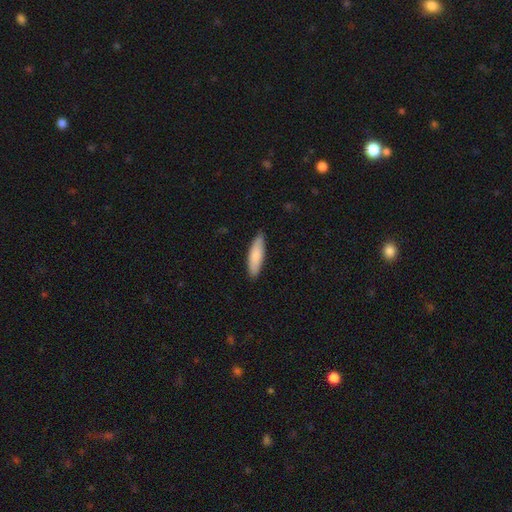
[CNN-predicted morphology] Smooth or featured: smooth — 83% (featured or disk — 12%)
How rounded: cigar-shaped — 59% (in between — 40%)
Merging: none — 87% (minor disturbance — 11%)